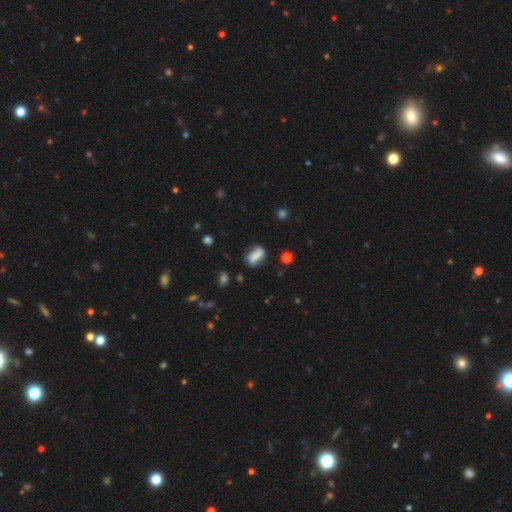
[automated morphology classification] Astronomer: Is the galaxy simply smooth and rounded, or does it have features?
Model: smooth — 66%.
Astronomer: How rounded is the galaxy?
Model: in between — 82%.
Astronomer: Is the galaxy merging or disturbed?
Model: none — 57%.